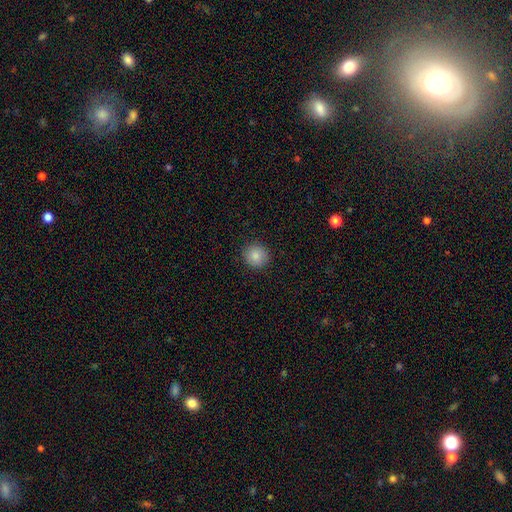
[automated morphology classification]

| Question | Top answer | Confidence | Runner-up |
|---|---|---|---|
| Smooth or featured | smooth | 86% | star or artifact (9%) |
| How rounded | round | 92% | in between (7%) |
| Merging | none | 92% | minor disturbance (6%) |